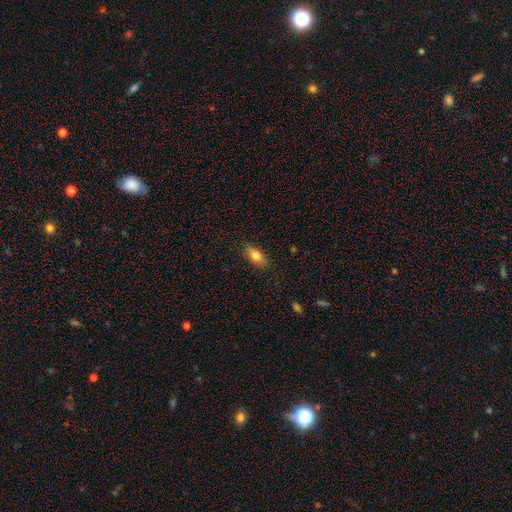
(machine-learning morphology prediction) Smooth or featured? Predicted: smooth (p=0.80). How rounded? Predicted: in between (p=0.84). Merging? Predicted: none (p=0.83).